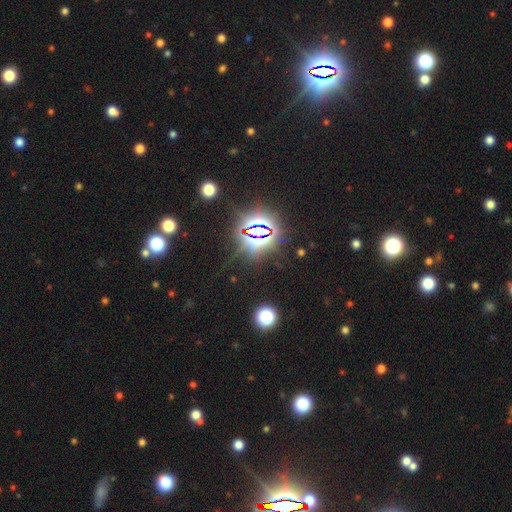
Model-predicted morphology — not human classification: Smooth or featured? Predicted: star or artifact (p=0.82).